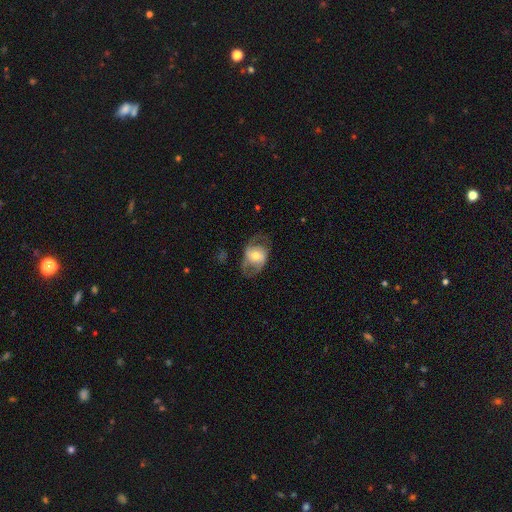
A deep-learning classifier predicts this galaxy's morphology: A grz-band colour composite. It shows a featured or disk galaxy (64%) with no bar (52%), spiral arms (71%) and a moderate central bulge (62%). Merging: none (60%).